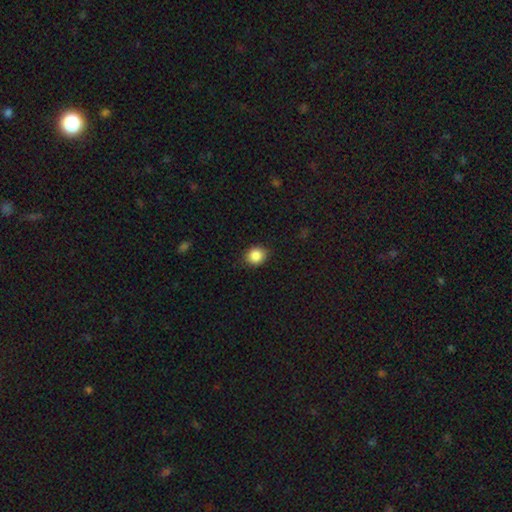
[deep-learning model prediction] Q: Smooth or featured?
A: smooth (88%); runner-up: star or artifact (9%)
Q: How rounded?
A: round (76%); runner-up: in between (23%)
Q: Merging?
A: none (87%); runner-up: minor disturbance (10%)